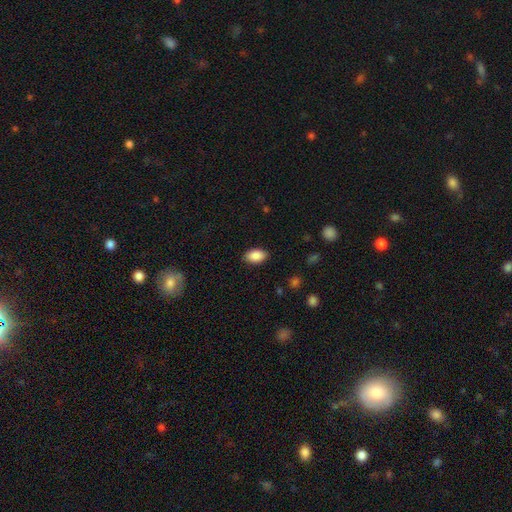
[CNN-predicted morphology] smooth-or-featured: smooth: 89% | star or artifact: 7% | featured or disk: 4%
  how-rounded: in between: 92% | round: 6% | cigar-shaped: 2%
  merging: none: 87% | minor disturbance: 10% | major disturbance: 2% | merger: 1%